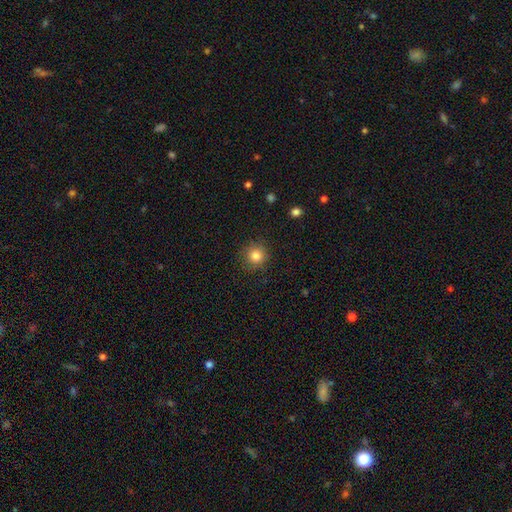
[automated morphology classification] The model was most divided on "smooth or featured": smooth: 83%, star or artifact: 11%, featured or disk: 6%. More confident: how rounded — round (93%); merging — none (88%).